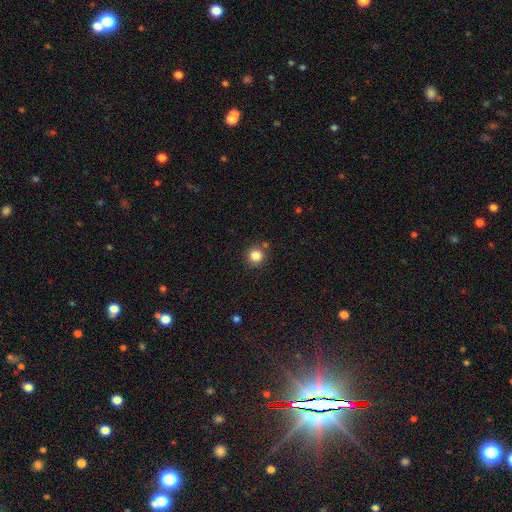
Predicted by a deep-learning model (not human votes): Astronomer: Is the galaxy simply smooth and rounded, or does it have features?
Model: smooth — 84%.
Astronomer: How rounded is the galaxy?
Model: round — 93%.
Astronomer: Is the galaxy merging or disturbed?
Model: none — 82%.